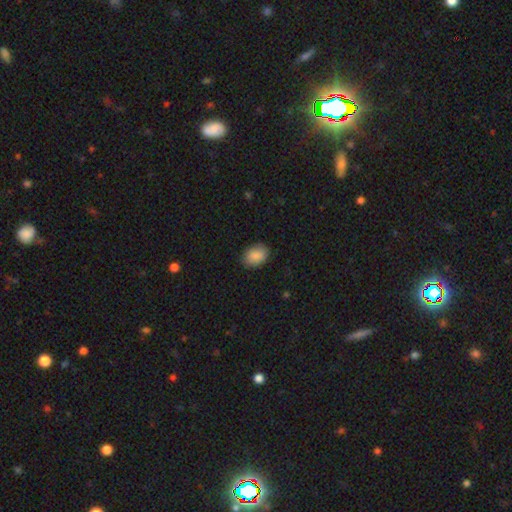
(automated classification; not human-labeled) Overall: smooth (88%). How rounded: in between (72%). Merging: none (85%).